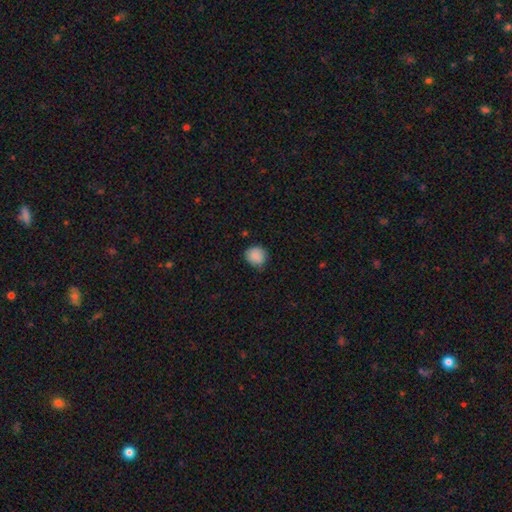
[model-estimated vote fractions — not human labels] smooth-or-featured: smooth: 87% | star or artifact: 8% | featured or disk: 5%
  how-rounded: round: 84% | in between: 15% | cigar-shaped: 1%
  merging: none: 74% | minor disturbance: 21% | major disturbance: 3% | merger: 1%